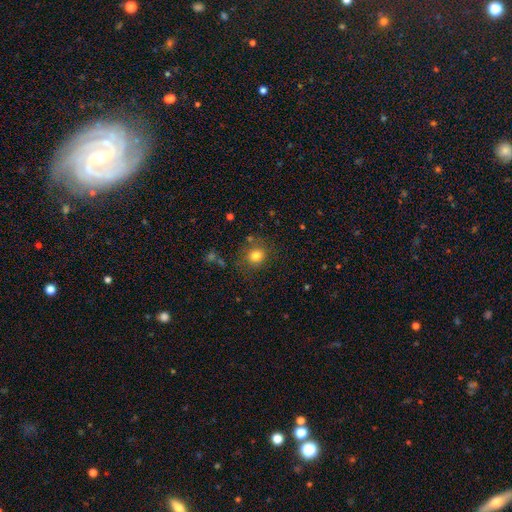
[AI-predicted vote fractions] smooth-or-featured: smooth: 80% | star or artifact: 13% | featured or disk: 7%
  how-rounded: round: 79% | in between: 20% | cigar-shaped: 1%
  merging: none: 79% | minor disturbance: 13% | major disturbance: 5% | merger: 3%